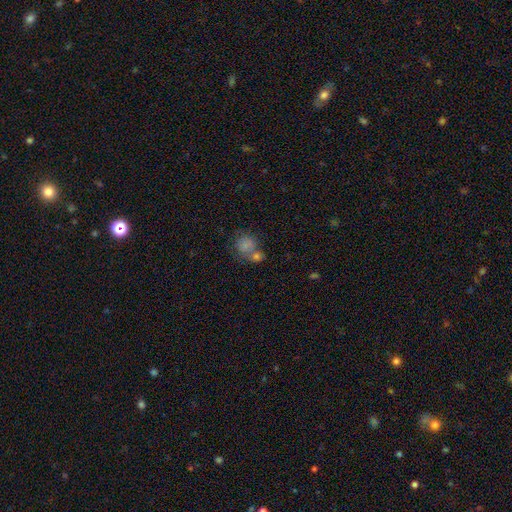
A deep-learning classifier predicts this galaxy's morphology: Smooth or featured?
  - smooth: 72% *
  - star or artifact: 17%
  - featured or disk: 11%
How rounded?
  - round: 76% *
  - in between: 22%
  - cigar-shaped: 1%
Merging?
  - none: 46% *
  - merger: 38%
  - minor disturbance: 11%
  - major disturbance: 6%